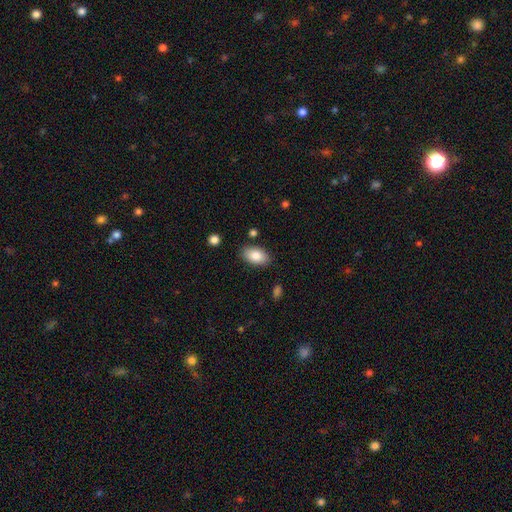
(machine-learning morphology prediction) smooth-or-featured: smooth: 84% | featured or disk: 9% | star or artifact: 7%
  how-rounded: in between: 93% | round: 6% | cigar-shaped: 1%
  merging: none: 85% | minor disturbance: 10% | major disturbance: 2% | merger: 2%